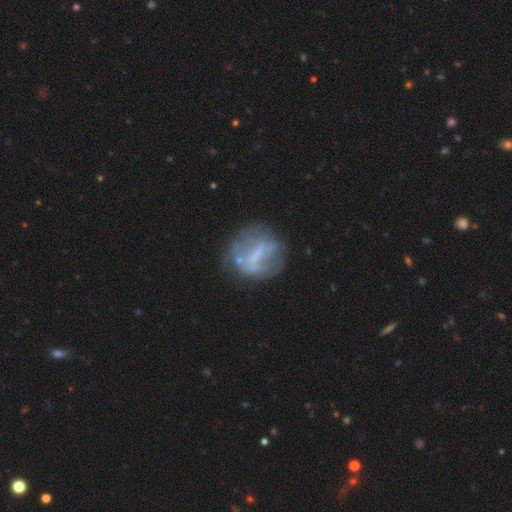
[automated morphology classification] A featured or disk galaxy (59%) with a strong bar (37%), no spiral arms (74%) and no central bulge (51%).

Vote fractions:
- Smooth or featured? featured or disk: 59% / smooth: 31% / star or artifact: 11%
- Edge-on disk? no: 95% / yes: 5%
- Bar? strong: 37% / weak: 34% / no: 30%
- Spiral arms? no: 74% / yes: 26%
- Bulge size? none: 51% / small: 27% / moderate: 17% / large: 3% / dominant: 1%
- Merging? none: 61% / minor disturbance: 19% / major disturbance: 15% / merger: 6%